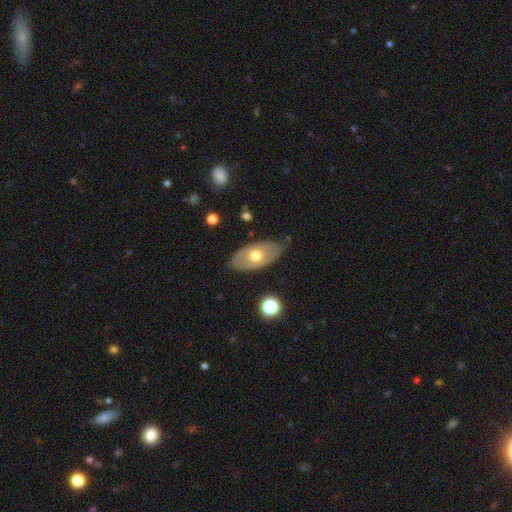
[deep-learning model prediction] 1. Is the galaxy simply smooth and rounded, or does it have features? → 50% featured or disk, 44% smooth, 6% star or artifact.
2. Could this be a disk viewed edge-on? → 84% no, 16% yes.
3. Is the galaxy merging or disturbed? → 79% none, 16% minor disturbance, 4% major disturbance, 2% merger.